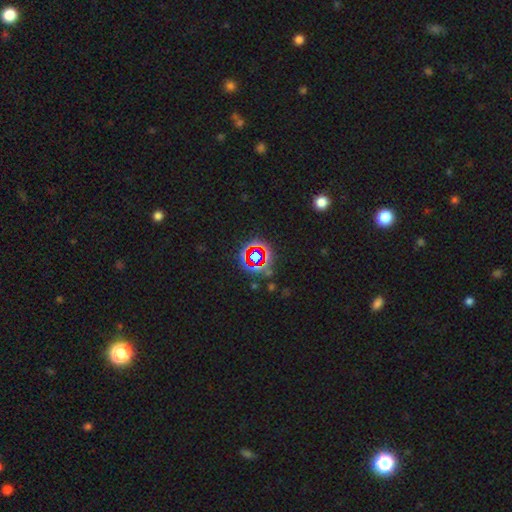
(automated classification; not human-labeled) The model was most divided on "smooth or featured": star or artifact: 69%, smooth: 19%, featured or disk: 12%.